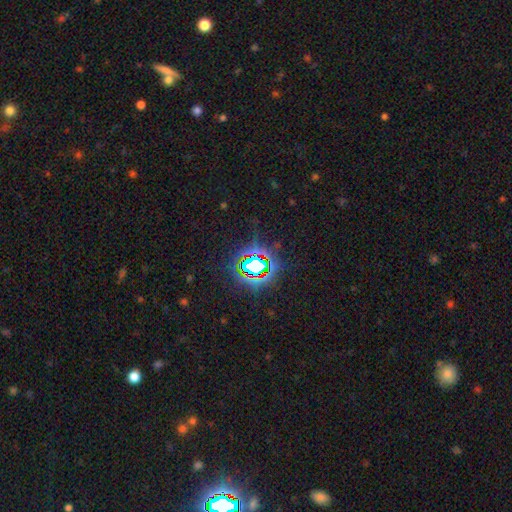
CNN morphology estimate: Smooth or featured? Predicted: star or artifact (p=0.79).